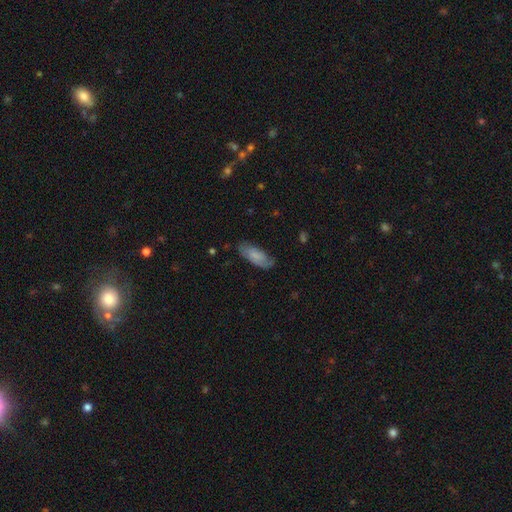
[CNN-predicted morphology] The model was most divided on "smooth or featured": smooth: 63%, featured or disk: 30%, star or artifact: 7%. More confident: how rounded — in between (80%); merging — none (68%).